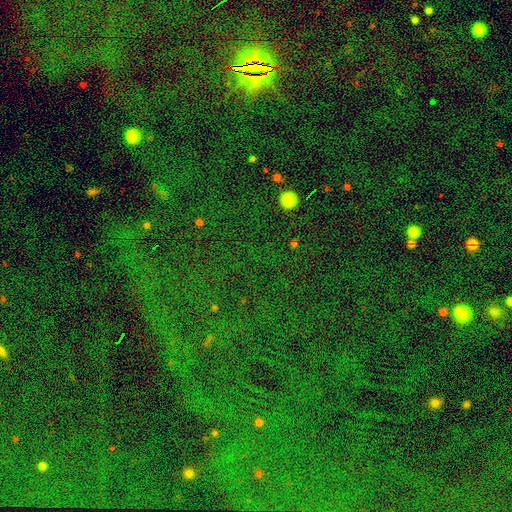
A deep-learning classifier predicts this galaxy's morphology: smooth-or-featured: star or artifact: 84% | smooth: 9% | featured or disk: 7%